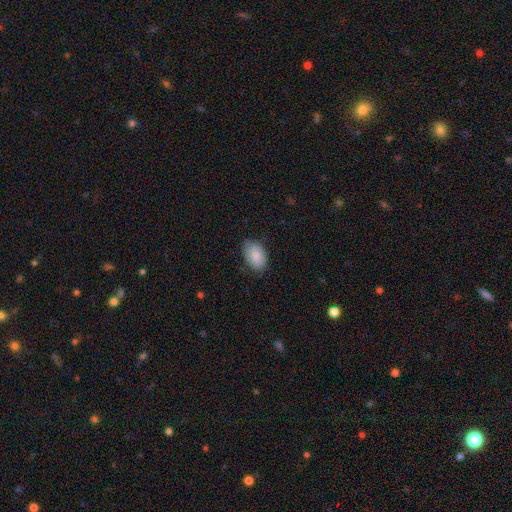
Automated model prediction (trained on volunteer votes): Smooth or featured?
  - smooth: 86% *
  - featured or disk: 7%
  - star or artifact: 6%
How rounded?
  - in between: 90% *
  - round: 9%
  - cigar-shaped: 1%
Merging?
  - none: 77% *
  - minor disturbance: 19%
  - major disturbance: 3%
  - merger: 1%